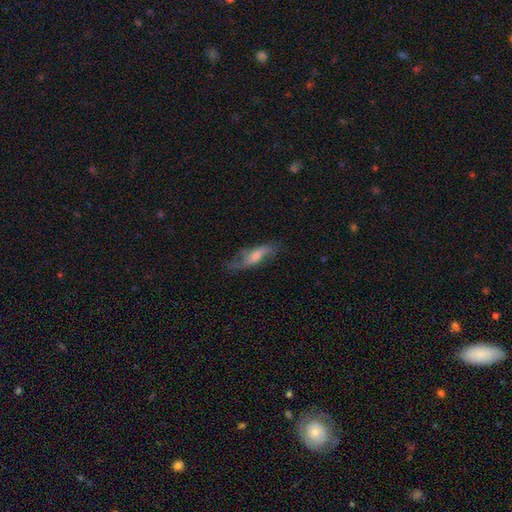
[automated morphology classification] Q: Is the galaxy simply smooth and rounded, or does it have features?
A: featured or disk — 61%.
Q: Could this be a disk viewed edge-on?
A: no — 76%.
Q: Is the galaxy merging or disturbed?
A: none — 59%.